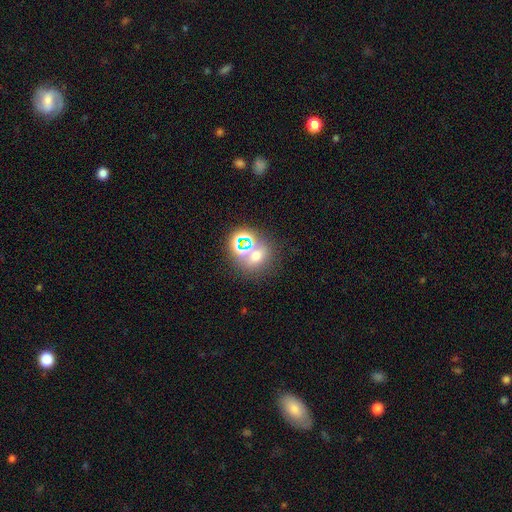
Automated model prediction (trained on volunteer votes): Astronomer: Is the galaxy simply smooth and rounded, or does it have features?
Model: smooth — 49% (runner-up: star or artifact, 37%).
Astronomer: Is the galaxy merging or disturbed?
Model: none — 56%.